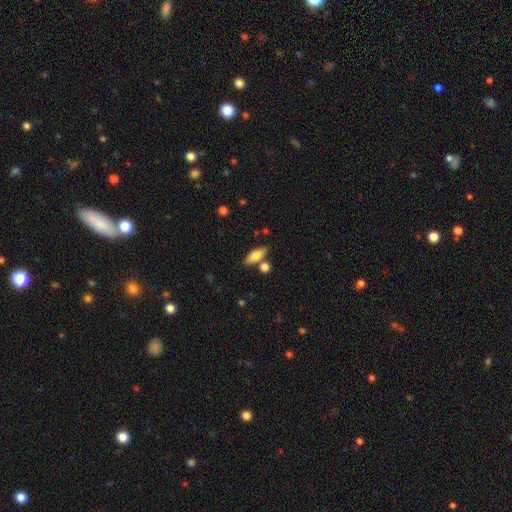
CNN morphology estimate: type=smooth (77%); roundness=in between (68%); merging=none (72%).